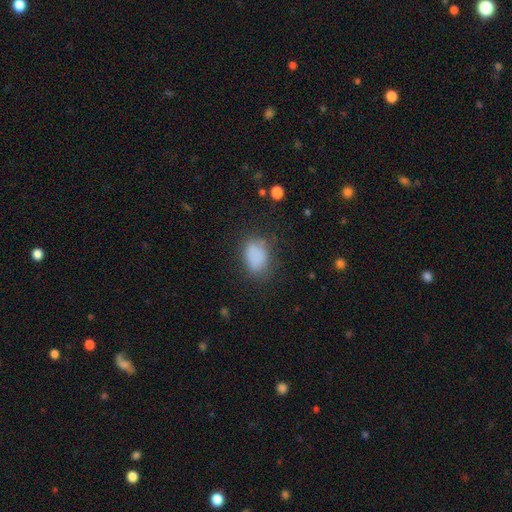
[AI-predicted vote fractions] Overall: smooth (81%). How rounded: in between (78%). Merging: none (63%).